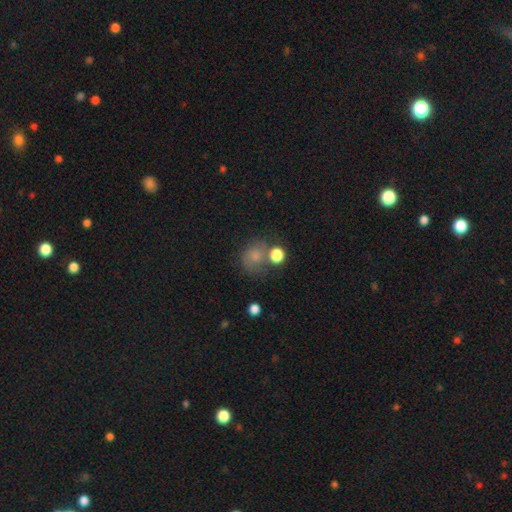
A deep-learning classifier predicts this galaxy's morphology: The model was most divided on "merging": none: 48%, minor disturbance: 20%, merger: 19%, major disturbance: 14%. More confident: how rounded — round (72%); smooth or featured — smooth (69%).